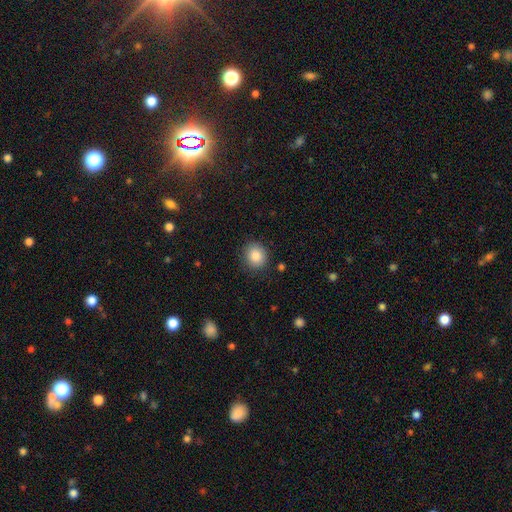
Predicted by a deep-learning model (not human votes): Smooth or featured? Predicted: smooth (p=0.86). How rounded? Predicted: round (p=0.81). Merging? Predicted: none (p=0.87).